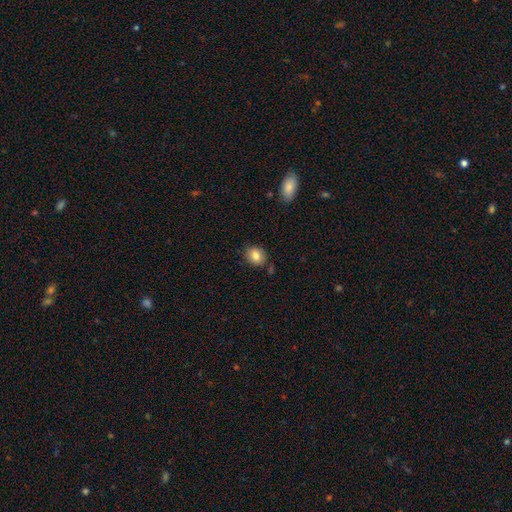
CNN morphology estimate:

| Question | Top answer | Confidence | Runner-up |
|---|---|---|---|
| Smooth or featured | smooth | 84% | star or artifact (9%) |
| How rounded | round | 58% | in between (41%) |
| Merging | none | 81% | minor disturbance (12%) |